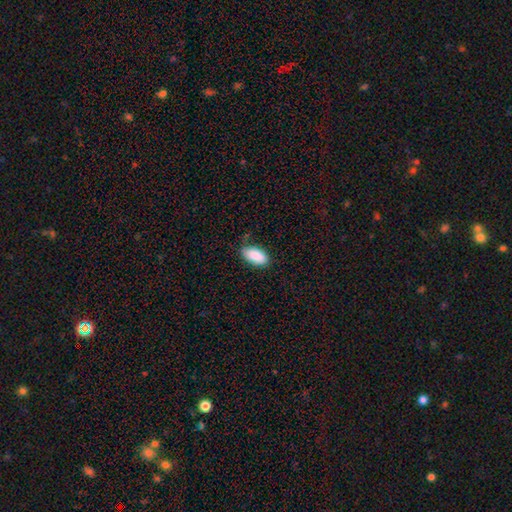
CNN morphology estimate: smooth_or_featured: smooth (p=0.89) [alt: star or artifact p=0.06]
how_rounded: in between (p=0.94) [alt: cigar-shaped p=0.04]
merging: none (p=0.78) [alt: minor disturbance p=0.18]